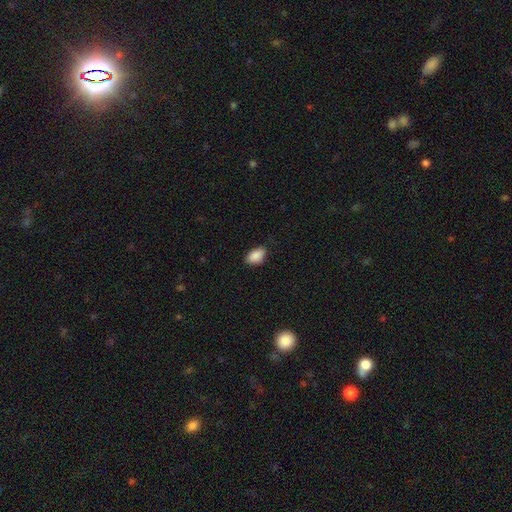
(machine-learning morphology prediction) This is clearly a smooth galaxy (89%). How rounded: clearly in between (92%). Merging: clearly none (81%).